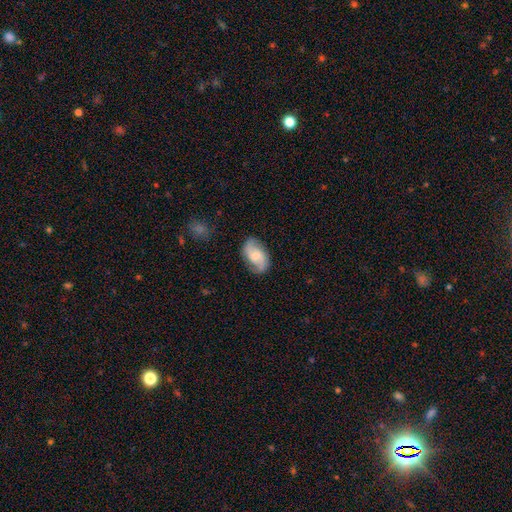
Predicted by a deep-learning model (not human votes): Overall: featured or disk (62%; smooth 32%). Edge-on disk: no (96%). Bar: no (47%; weak 43%). Spiral arms: yes (91%). Spiral arm count: 2 (88%). Spiral winding: loose (45%; medium 40%). Bulge size: moderate (46%; small 42%). Merging: none (77%).